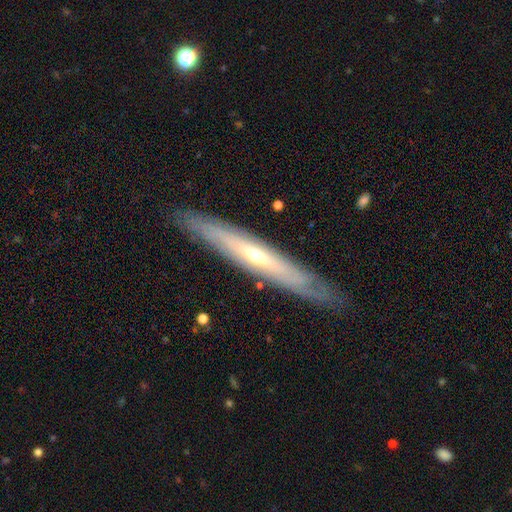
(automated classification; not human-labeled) The model was most divided on "edge-on bulge": rounded: 69%, none: 28%, boxy: 2%. More confident: merging — none (86%); edge-on disk — yes (77%); smooth or featured — featured or disk (72%).